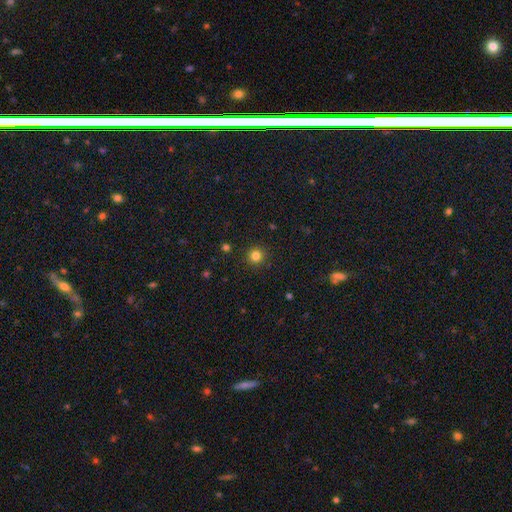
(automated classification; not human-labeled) Morphology: type=smooth (82%); roundness=round (94%); merging=none (92%).